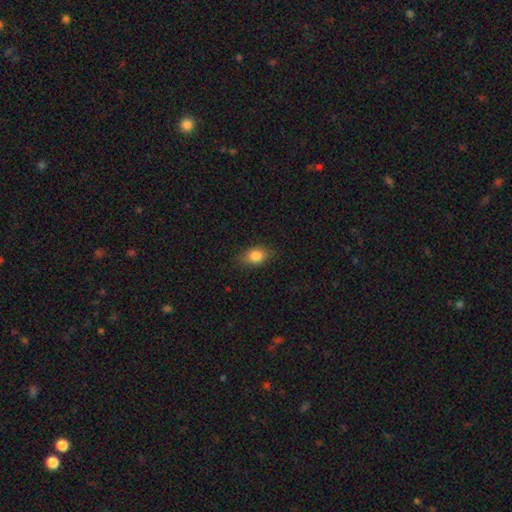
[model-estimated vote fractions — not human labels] Q: Smooth or featured?
A: smooth (83%); runner-up: star or artifact (9%)
Q: How rounded?
A: in between (78%); runner-up: round (20%)
Q: Merging?
A: none (83%); runner-up: minor disturbance (13%)